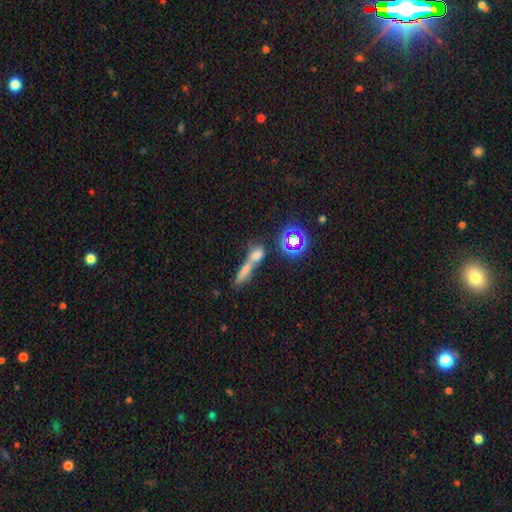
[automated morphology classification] smooth_or_featured: smooth (p=0.52) [alt: star or artifact p=0.29]
how_rounded: cigar-shaped (p=0.49) [alt: in between p=0.27]
merging: merger (p=0.45) [alt: none p=0.39]